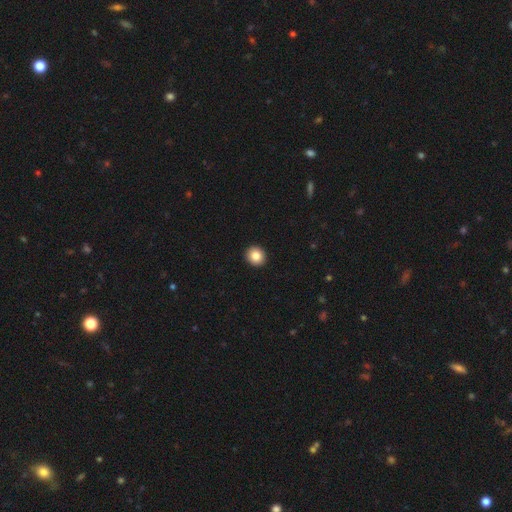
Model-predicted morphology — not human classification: A smooth galaxy with no disk features (85%) that is round (89%). Merging: none (94%).